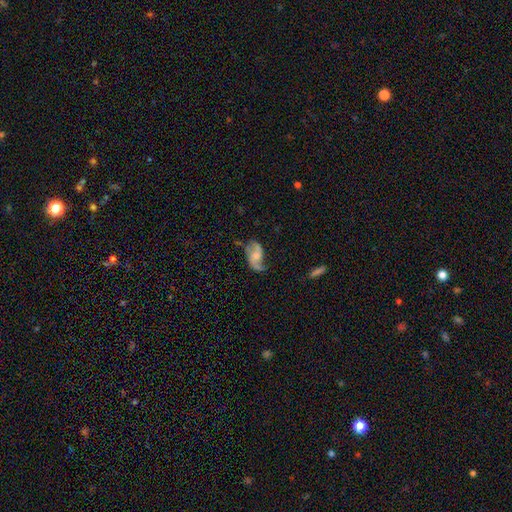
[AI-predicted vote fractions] A featured or disk galaxy (77%) with no bar (56%), 2 (87%) loose (58%) spiral arms (93%) and a moderate central bulge (41%). Merging: none (58%).